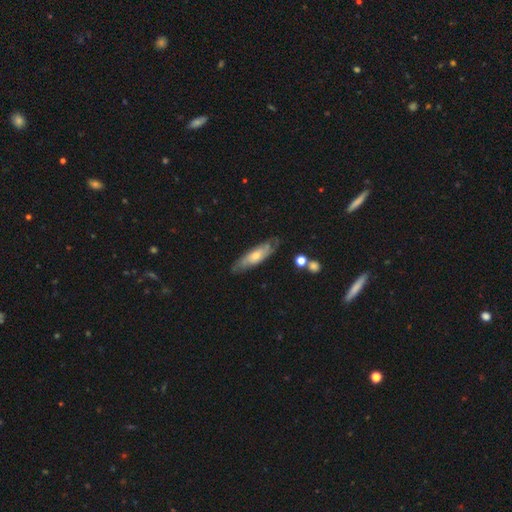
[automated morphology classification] A featured or disk galaxy (58%). Merging: none (72%).